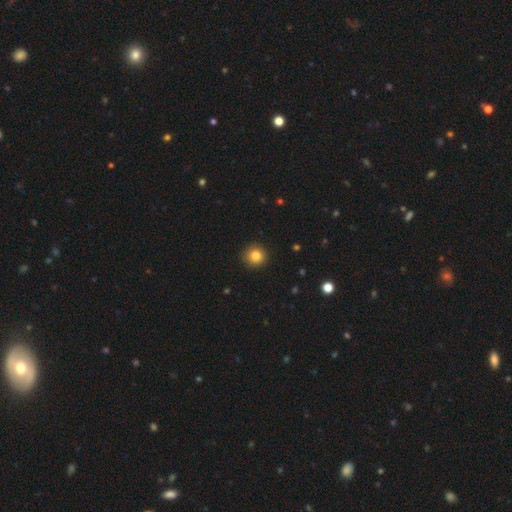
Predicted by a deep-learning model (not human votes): Smooth or featured?
  - smooth: 84% *
  - star or artifact: 11%
  - featured or disk: 5%
How rounded?
  - round: 93% *
  - in between: 6%
  - cigar-shaped: 1%
Merging?
  - none: 91% *
  - minor disturbance: 6%
  - major disturbance: 2%
  - merger: 1%